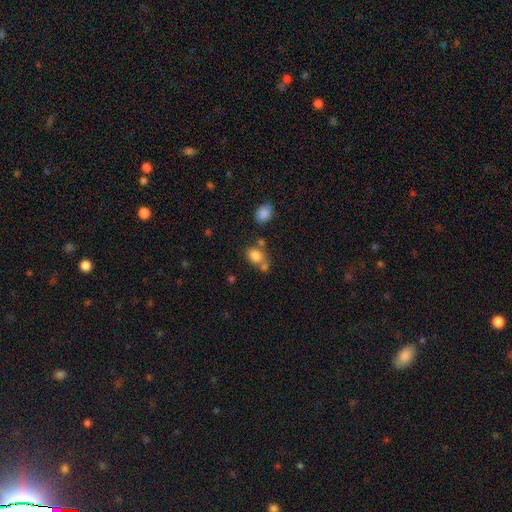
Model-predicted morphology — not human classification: Overall: smooth (81%). How rounded: in between (56%; round 43%). Merging: none (50%; merger 29%).